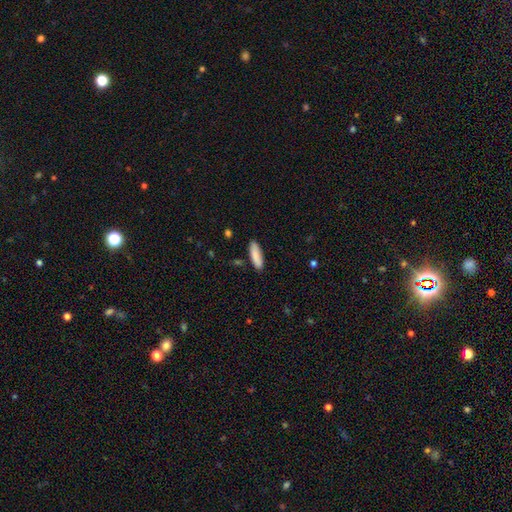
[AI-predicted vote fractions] Smooth or featured? Predicted: smooth (p=0.86). How rounded? Predicted: cigar-shaped (p=0.56). Merging? Predicted: none (p=0.86).